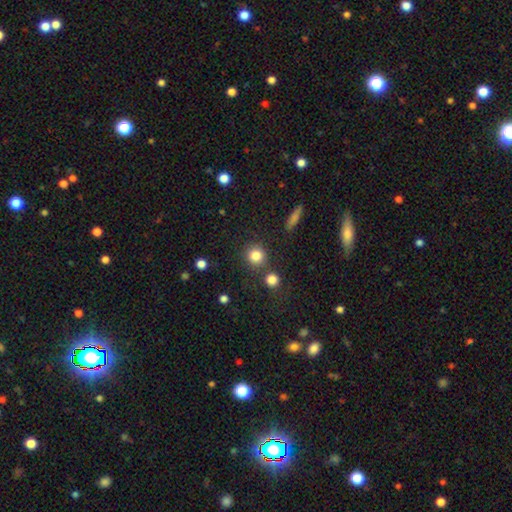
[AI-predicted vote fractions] Smooth or featured: smooth — 83% (star or artifact — 11%)
How rounded: round — 90% (in between — 8%)
Merging: none — 79% (merger — 9%)